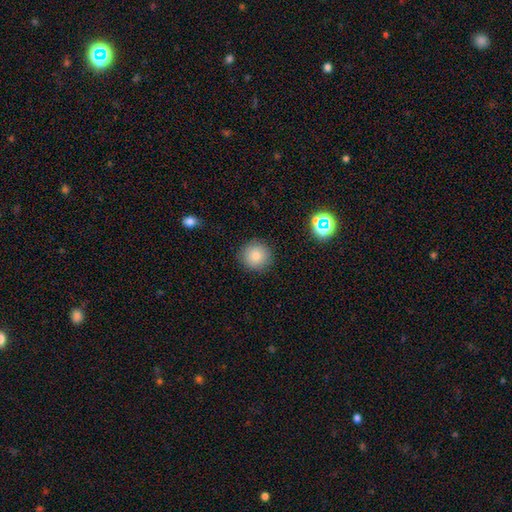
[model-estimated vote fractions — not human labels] smooth_or_featured: smooth (p=0.82) [alt: star or artifact p=0.11]
how_rounded: round (p=0.93) [alt: in between p=0.06]
merging: none (p=0.90) [alt: minor disturbance p=0.07]